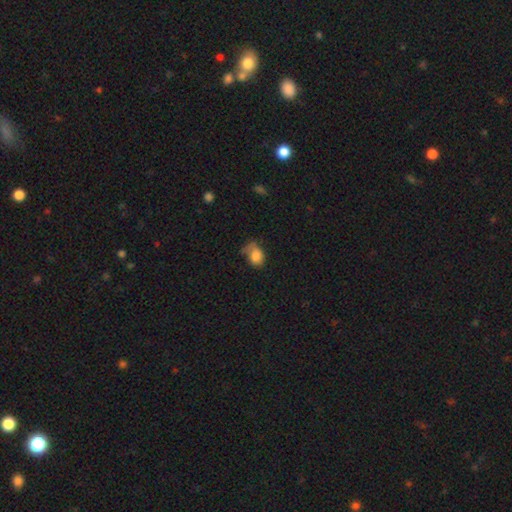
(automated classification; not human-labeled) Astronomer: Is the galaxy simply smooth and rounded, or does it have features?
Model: smooth — 77%.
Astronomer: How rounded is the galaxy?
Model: in between — 71%.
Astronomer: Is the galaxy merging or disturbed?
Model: minor disturbance — 33% (runner-up: major disturbance, 32%).